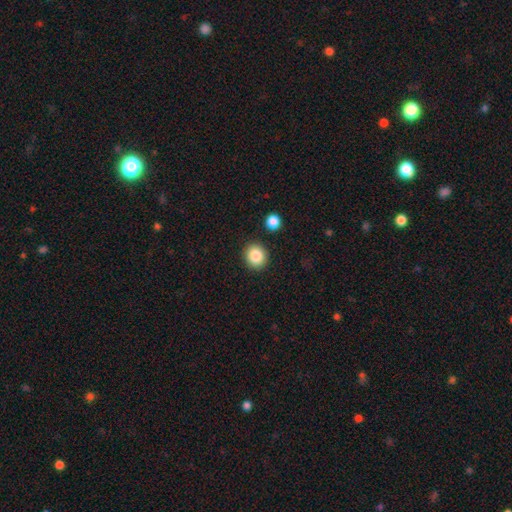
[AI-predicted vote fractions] Smooth or featured: smooth — 86% (star or artifact — 9%)
How rounded: round — 81% (in between — 18%)
Merging: none — 88% (minor disturbance — 7%)